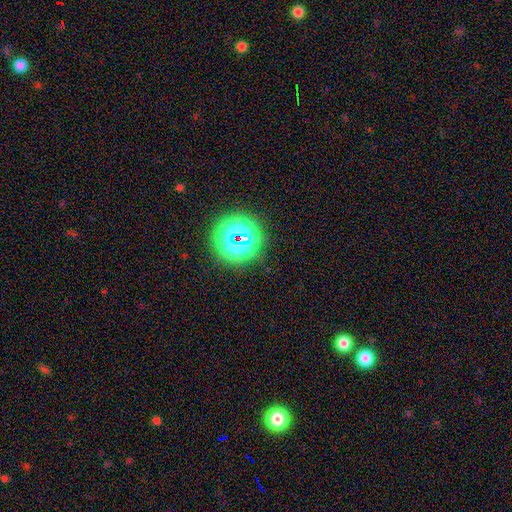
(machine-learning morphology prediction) A star or artifact, not a galaxy (81%).